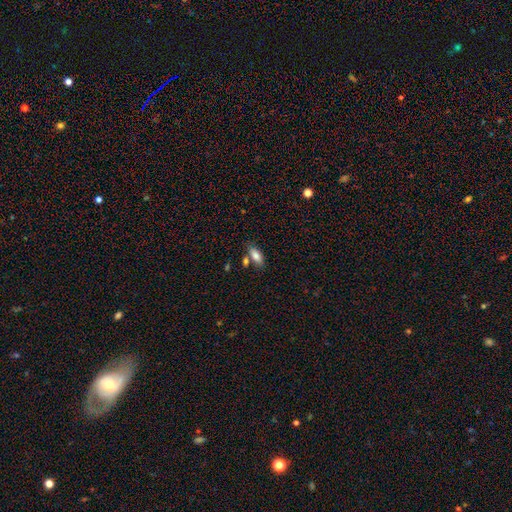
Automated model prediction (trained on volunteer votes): smooth-or-featured: smooth: 81% | featured or disk: 11% | star or artifact: 7%
  how-rounded: in between: 83% | cigar-shaped: 14% | round: 3%
  merging: none: 67% | merger: 16% | minor disturbance: 14% | major disturbance: 4%